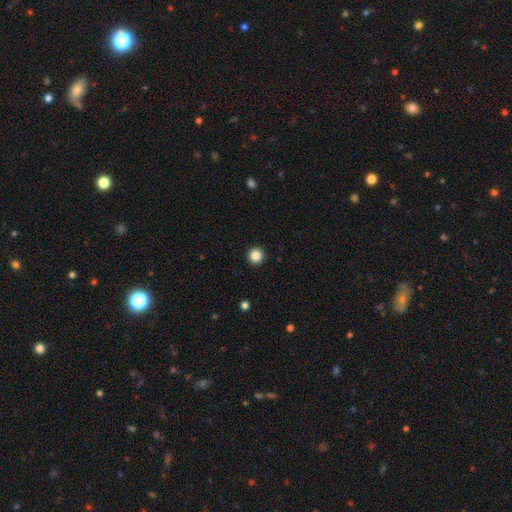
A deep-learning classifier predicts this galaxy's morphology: Smooth or featured? Predicted: smooth (p=0.86). How rounded? Predicted: round (p=0.96). Merging? Predicted: none (p=0.94).